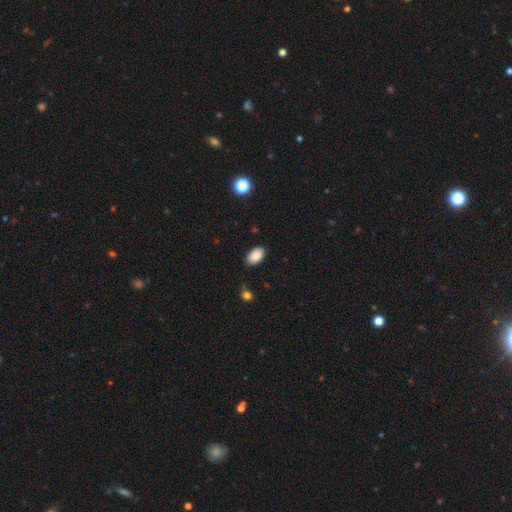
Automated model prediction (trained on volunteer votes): Smooth or featured?
  - smooth: 88% *
  - star or artifact: 8%
  - featured or disk: 4%
How rounded?
  - in between: 93% *
  - round: 6%
  - cigar-shaped: 1%
Merging?
  - none: 84% *
  - minor disturbance: 12%
  - major disturbance: 2%
  - merger: 1%